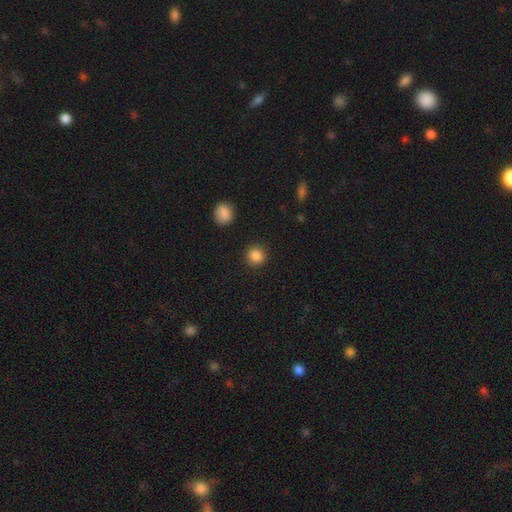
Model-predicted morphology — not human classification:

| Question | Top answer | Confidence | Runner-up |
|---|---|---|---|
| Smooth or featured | smooth | 87% | star or artifact (10%) |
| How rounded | round | 92% | in between (7%) |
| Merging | none | 91% | minor disturbance (6%) |